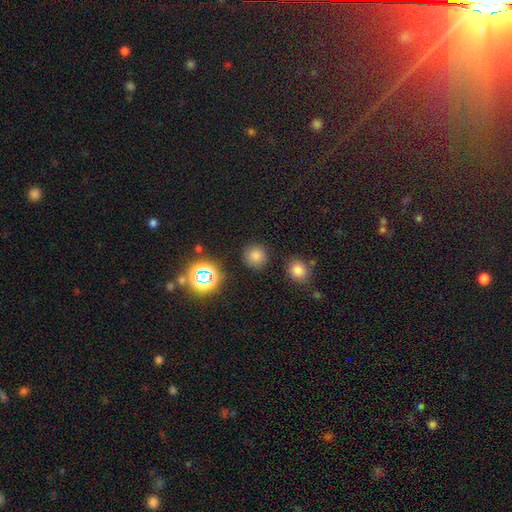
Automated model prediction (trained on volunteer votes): This appears to be a smooth galaxy with no disk features (75%) that is round (93%). Merging: none (87%).